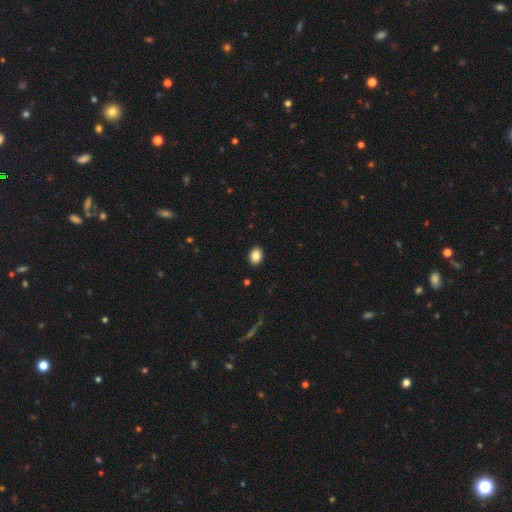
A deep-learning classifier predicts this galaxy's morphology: smooth_or_featured: smooth (p=0.85) [alt: star or artifact p=0.09]
how_rounded: in between (p=0.69) [alt: round p=0.30]
merging: none (p=0.90) [alt: minor disturbance p=0.07]